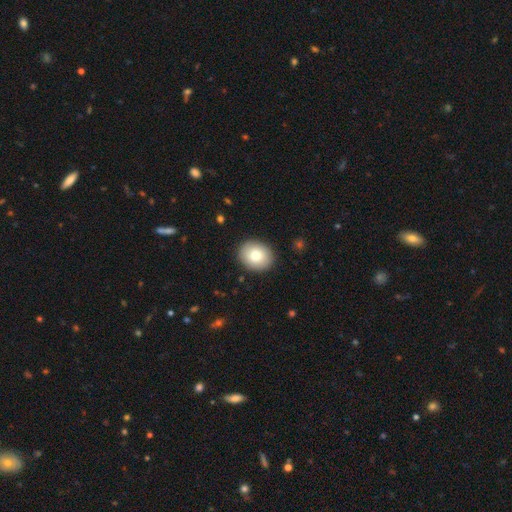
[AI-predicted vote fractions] smooth-or-featured: smooth: 81% | featured or disk: 11% | star or artifact: 8%
  how-rounded: round: 61% | in between: 38% | cigar-shaped: 1%
  merging: none: 90% | minor disturbance: 7% | major disturbance: 2% | merger: 1%